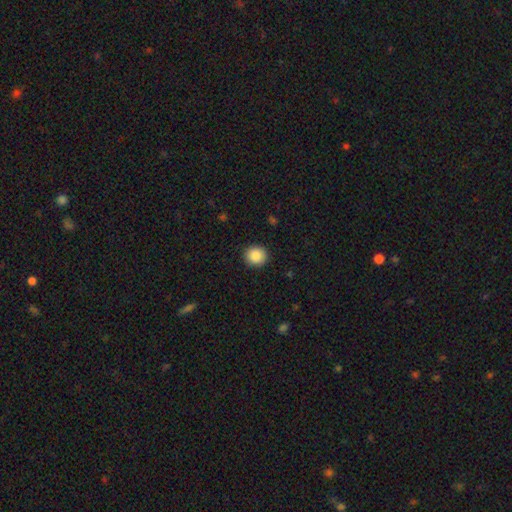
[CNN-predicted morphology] A smooth galaxy with no disk features (88%) that is round (89%). Merging: none (91%).